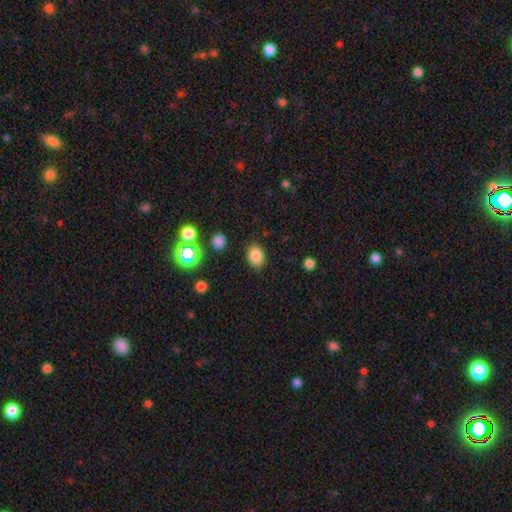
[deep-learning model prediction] smooth_or_featured: smooth (p=0.82) [alt: star or artifact p=0.12]
how_rounded: in between (p=0.67) [alt: round p=0.32]
merging: none (p=0.85) [alt: minor disturbance p=0.10]